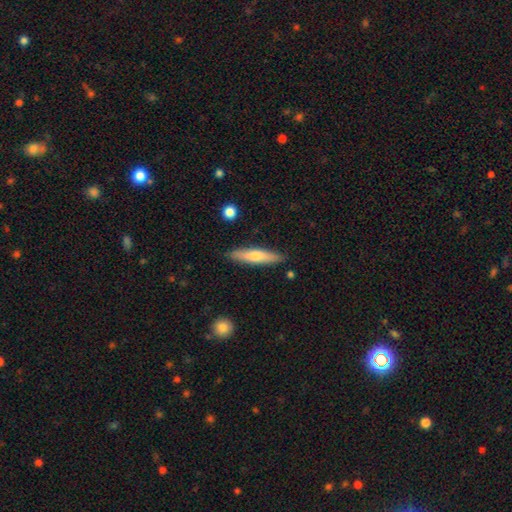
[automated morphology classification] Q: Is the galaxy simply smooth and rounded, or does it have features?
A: smooth — 57%.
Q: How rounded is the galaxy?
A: cigar-shaped — 85%.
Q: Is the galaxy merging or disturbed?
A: none — 89%.